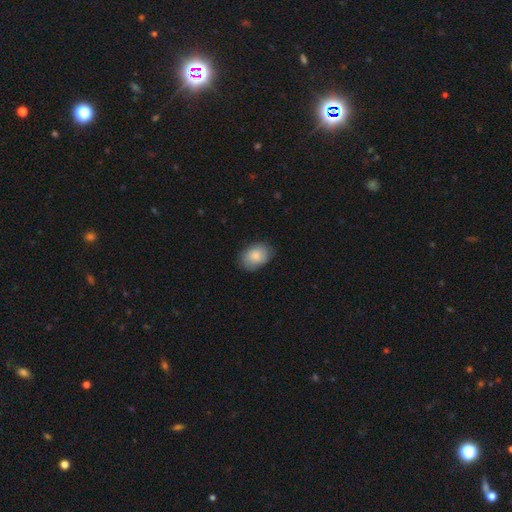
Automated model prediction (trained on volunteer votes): smooth-or-featured: smooth: 84% | featured or disk: 10% | star or artifact: 6%
  how-rounded: in between: 78% | round: 21% | cigar-shaped: 1%
  merging: none: 81% | minor disturbance: 15% | major disturbance: 3% | merger: 1%